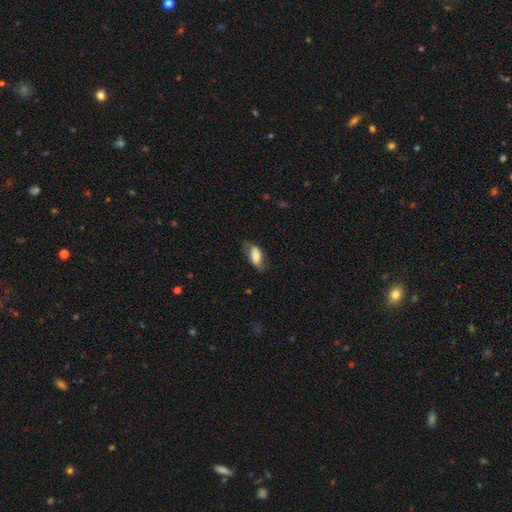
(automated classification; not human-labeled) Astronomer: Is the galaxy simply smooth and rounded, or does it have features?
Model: smooth — 69%.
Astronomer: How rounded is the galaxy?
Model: in between — 88%.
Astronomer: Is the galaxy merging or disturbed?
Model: none — 65%.